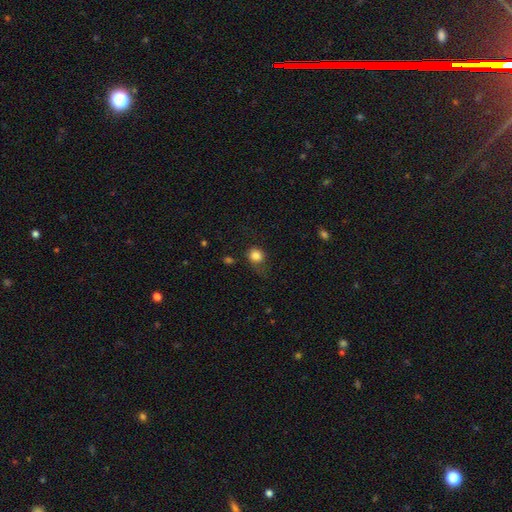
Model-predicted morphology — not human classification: A smooth galaxy with no disk features (82%) that is round (76%). Merging: none (55%).